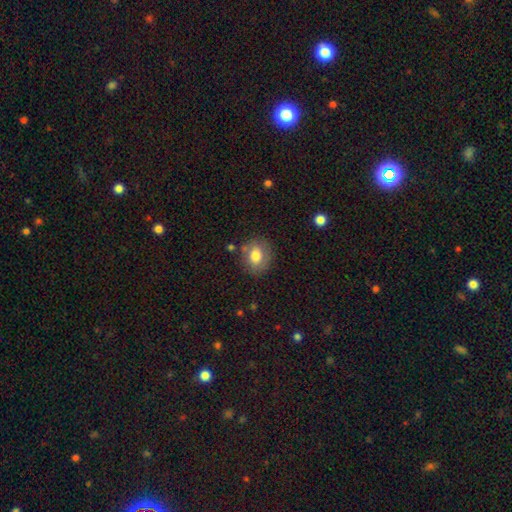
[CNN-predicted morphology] Smooth or featured? smooth (77%)
How rounded? round (58%)
Merging? none (77%)